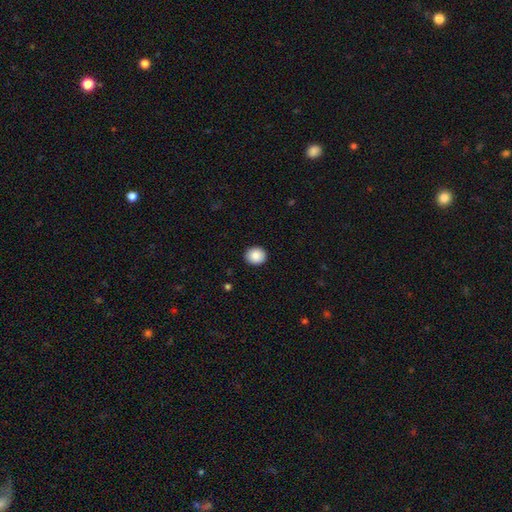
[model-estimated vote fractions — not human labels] A smooth galaxy with no disk features (88%) that is round (83%).

Vote fractions:
- Smooth or featured? smooth: 88% / star or artifact: 8% / featured or disk: 4%
- How rounded? round: 83% / in between: 16% / cigar-shaped: 1%
- Merging? none: 92% / minor disturbance: 6% / major disturbance: 2% / merger: 1%